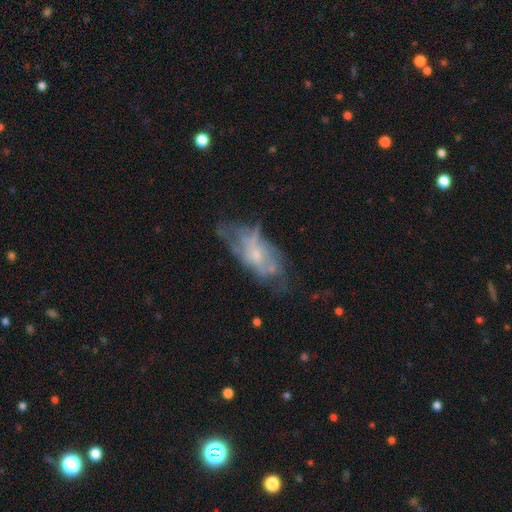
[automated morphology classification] Smooth or featured? featured or disk (58%)
Edge-on disk? no (87%)
Bar? no (77%)
Spiral arms? no (67%)
Bulge size? small (54%)
Merging? none (35%)